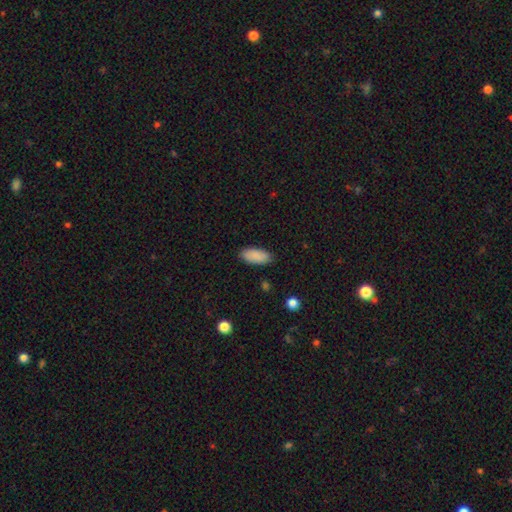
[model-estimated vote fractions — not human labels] Smooth or featured? smooth (89%)
How rounded? in between (88%)
Merging? none (87%)